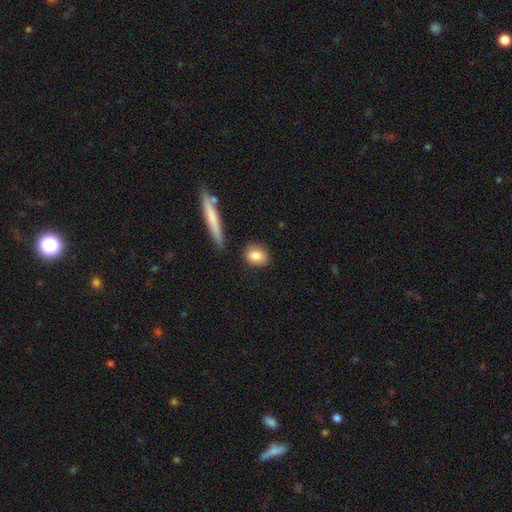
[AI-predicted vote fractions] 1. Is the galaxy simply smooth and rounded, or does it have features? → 84% smooth, 8% featured or disk, 7% star or artifact.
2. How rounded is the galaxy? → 50% in between, 45% round, 5% cigar-shaped.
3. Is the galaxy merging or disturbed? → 83% none, 11% minor disturbance, 3% merger, 3% major disturbance.